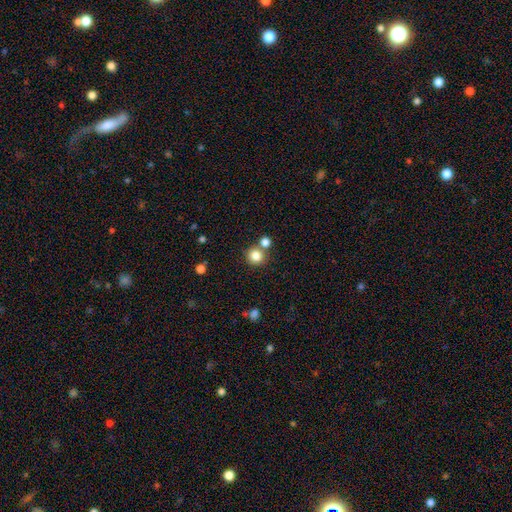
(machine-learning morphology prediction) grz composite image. It shows a smooth galaxy with no disk features (83%) that is round (92%). Merging: none (71%).